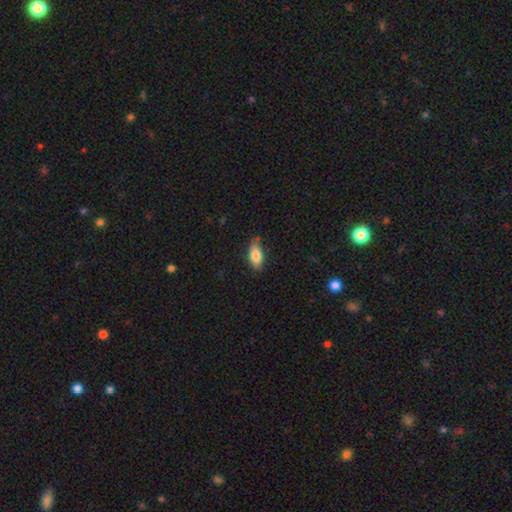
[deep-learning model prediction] Smooth or featured? Predicted: smooth (p=0.81). How rounded? Predicted: in between (p=0.87). Merging? Predicted: none (p=0.79).